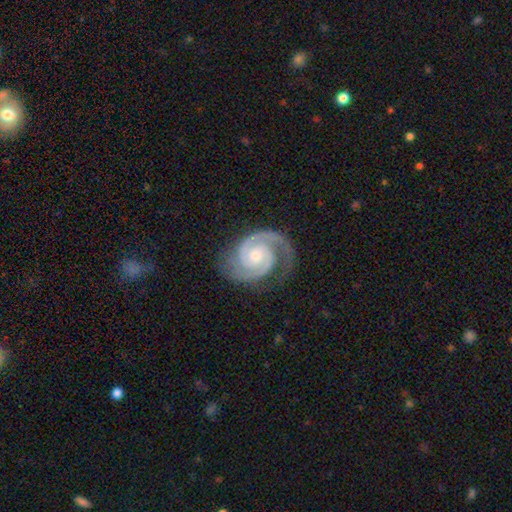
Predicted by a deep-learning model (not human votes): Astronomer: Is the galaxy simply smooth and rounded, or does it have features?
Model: featured or disk — 93%.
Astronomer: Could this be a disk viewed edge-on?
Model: no — 98%.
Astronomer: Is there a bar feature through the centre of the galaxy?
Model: no — 66%.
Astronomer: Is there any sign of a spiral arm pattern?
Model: yes — 99%.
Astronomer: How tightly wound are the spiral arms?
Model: tight — 62%.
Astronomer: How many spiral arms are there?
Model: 2 — 90%.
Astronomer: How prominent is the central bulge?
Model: moderate — 50% (runner-up: small, 45%).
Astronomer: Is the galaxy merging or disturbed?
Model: none — 77%.